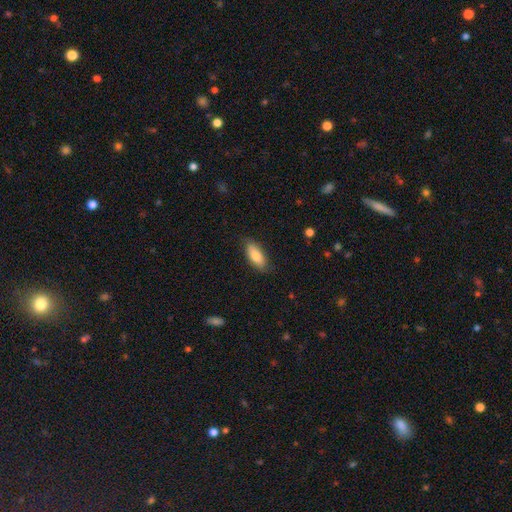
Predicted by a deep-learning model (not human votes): A smooth galaxy with no disk features (81%) that is in between round and cigar-shaped (82%). Merging: none (79%).